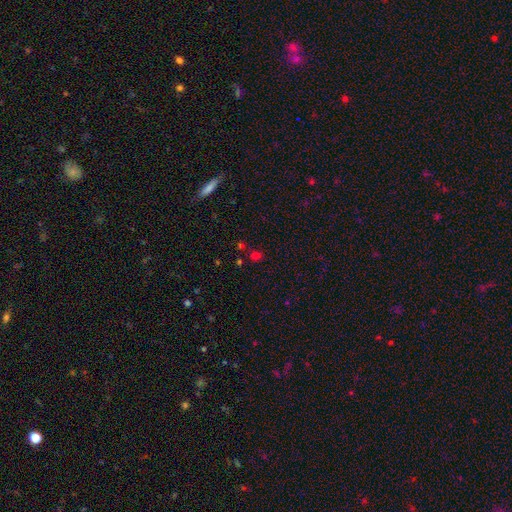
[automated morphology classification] A smooth galaxy with no disk features (58%) that is round (76%).

Vote fractions:
- Smooth or featured? smooth: 58% / star or artifact: 36% / featured or disk: 6%
- How rounded? round: 76% / in between: 22% / cigar-shaped: 2%
- Merging? none: 73% / merger: 12% / minor disturbance: 11% / major disturbance: 5%